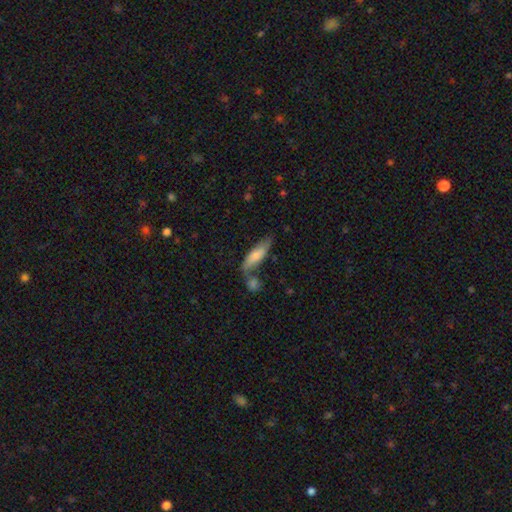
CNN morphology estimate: Overall: smooth (70%). How rounded: cigar-shaped (51%; in between 47%). Merging: none (48%; merger 27%).